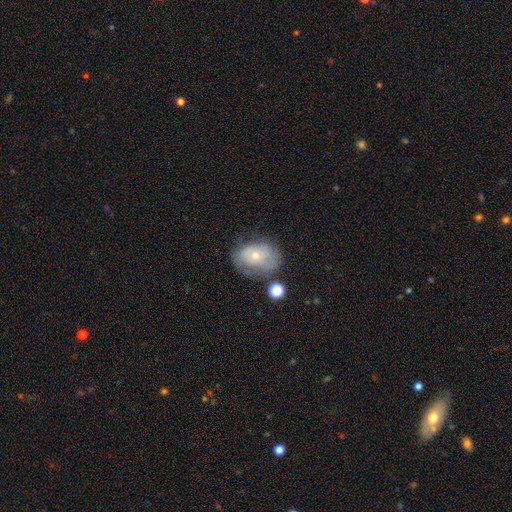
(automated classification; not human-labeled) Q: Smooth or featured?
A: smooth (50%); runner-up: featured or disk (41%)
Q: Merging?
A: none (49%); runner-up: minor disturbance (29%)